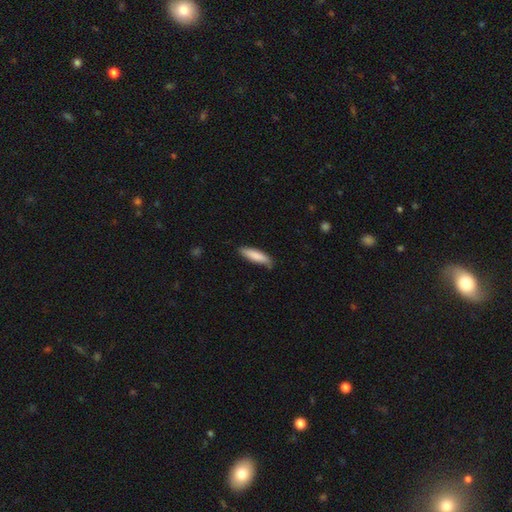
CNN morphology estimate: A smooth galaxy with no disk features (84%) that is cigar-shaped (66%). Merging: none (76%).